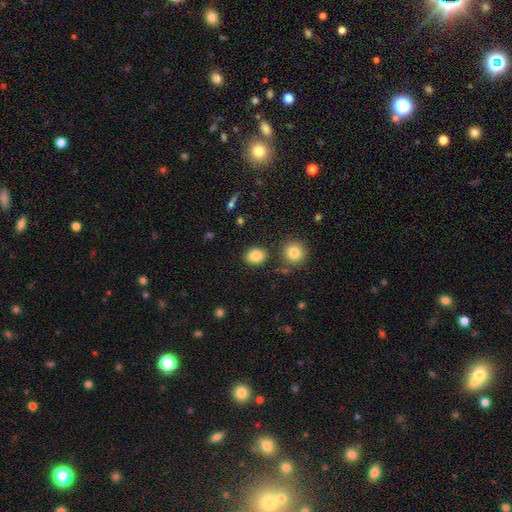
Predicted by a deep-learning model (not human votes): Smooth or featured?
  - smooth: 85% *
  - star or artifact: 9%
  - featured or disk: 6%
How rounded?
  - round: 51% *
  - in between: 48%
  - cigar-shaped: 1%
Merging?
  - none: 84% *
  - minor disturbance: 8%
  - merger: 5%
  - major disturbance: 3%